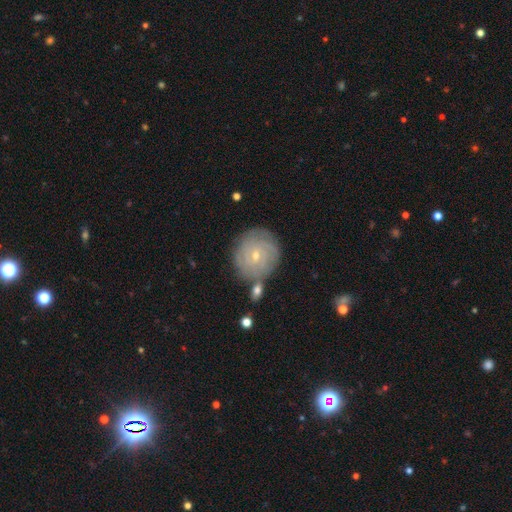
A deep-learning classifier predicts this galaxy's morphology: Smooth or featured?
  - featured or disk: 70% *
  - smooth: 22%
  - star or artifact: 8%
Edge-on disk?
  - no: 97% *
  - yes: 3%
Bar?
  - no: 68% *
  - weak: 28%
  - strong: 4%
Spiral arms?
  - yes: 88% *
  - no: 12%
Spiral winding?
  - tight: 80% *
  - medium: 16%
  - loose: 5%
Spiral arm count?
  - can't tell: 46% *
  - 3: 15%
  - 4: 14%
  - 2: 13%
  - more than 4: 7%
  - 1: 6%
Bulge size?
  - small: 72% *
  - moderate: 26%
  - none: 1%
  - large: 1%
  - dominant: 1%
Merging?
  - none: 72% *
  - minor disturbance: 15%
  - merger: 8%
  - major disturbance: 5%